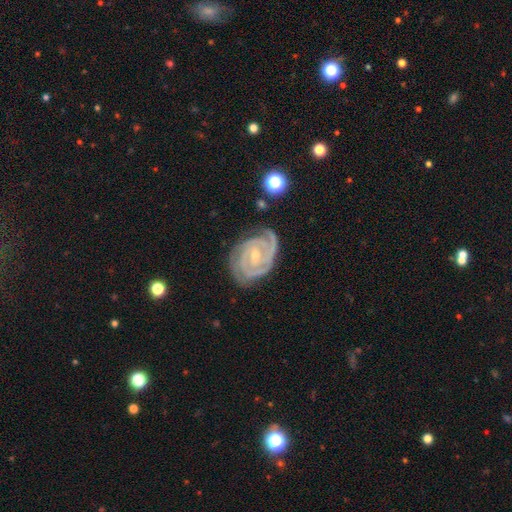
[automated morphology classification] This is clearly a featured or disk galaxy (92%). It is clearly not viewed edge-on (97%). Bar: marginally no (41%). Spiral arm pattern: clearly yes (99%). Spiral arm count: marginally 3 (38%). Spiral winding: likely tight (79%). Central bulge: likely small (62%). Merging: likely none (74%).